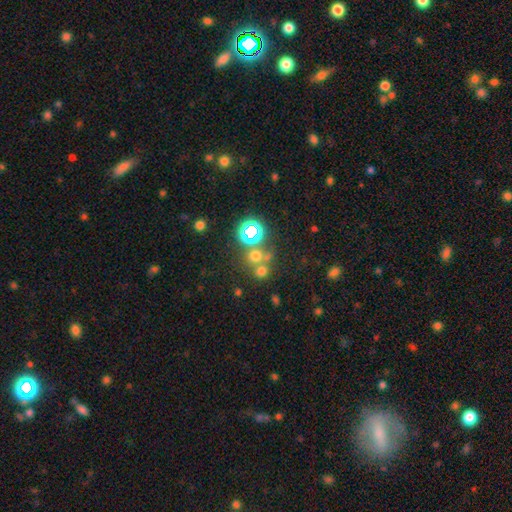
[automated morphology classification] A smooth galaxy with no disk features (57%) that is round (87%).

Vote fractions:
- Smooth or featured? smooth: 57% / star or artifact: 33% / featured or disk: 10%
- How rounded? round: 87% / in between: 12% / cigar-shaped: 1%
- Merging? none: 60% / merger: 29% / minor disturbance: 7% / major disturbance: 4%